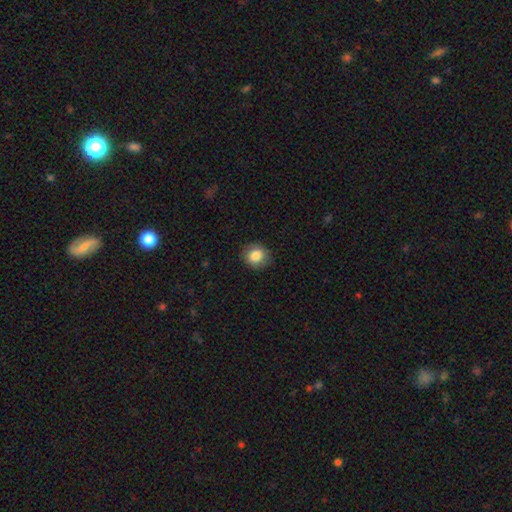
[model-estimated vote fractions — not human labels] smooth-or-featured: smooth: 85% | star or artifact: 9% | featured or disk: 7%
  how-rounded: round: 76% | in between: 23% | cigar-shaped: 1%
  merging: none: 85% | minor disturbance: 11% | major disturbance: 3% | merger: 1%